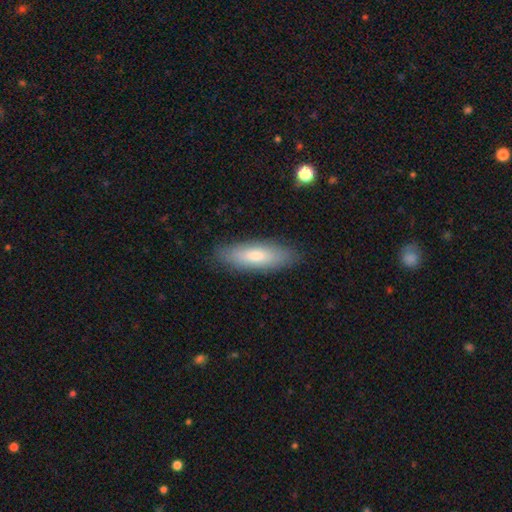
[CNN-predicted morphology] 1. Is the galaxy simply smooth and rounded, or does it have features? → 72% smooth, 22% featured or disk, 6% star or artifact.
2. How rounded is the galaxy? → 55% in between, 43% cigar-shaped, 2% round.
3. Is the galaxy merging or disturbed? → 86% none, 11% minor disturbance, 3% major disturbance, 1% merger.